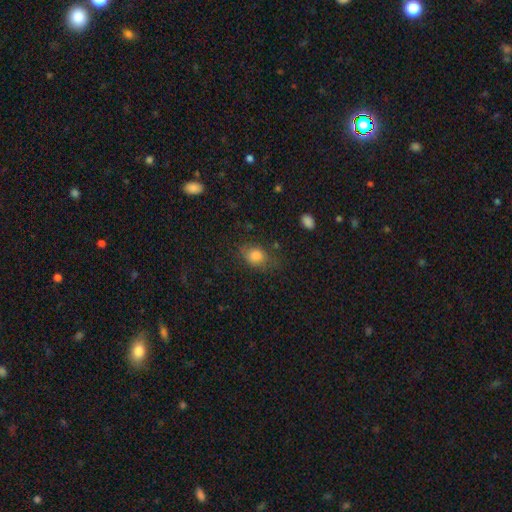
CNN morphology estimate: This appears to be a smooth galaxy with no disk features (81%) that is in between round and cigar-shaped (60%). Merging: none (69%).